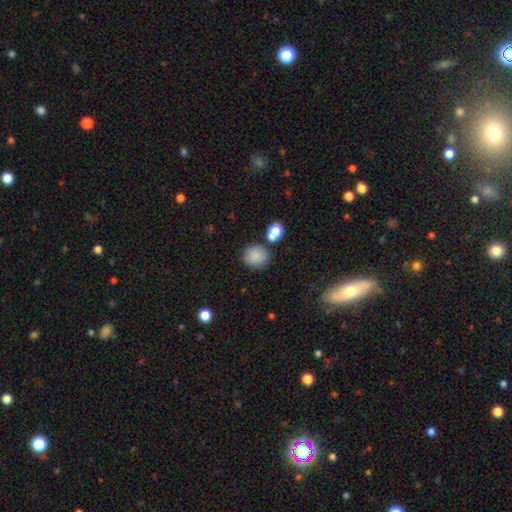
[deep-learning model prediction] A smooth galaxy with no disk features (85%) that is round (80%). Merging: none (73%).